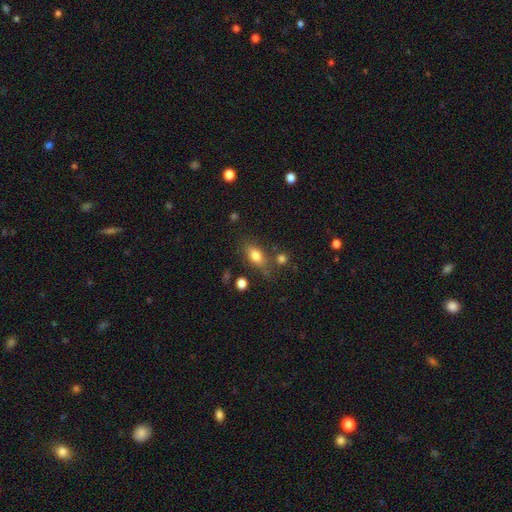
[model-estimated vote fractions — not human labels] Smooth or featured? smooth (78%)
How rounded? in between (80%)
Merging? none (65%)